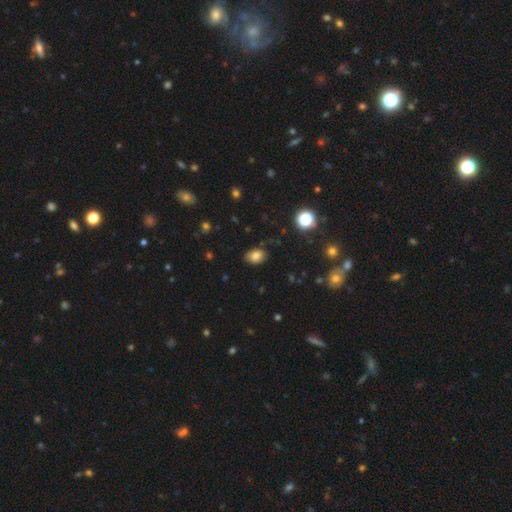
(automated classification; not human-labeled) Q: Smooth or featured?
A: smooth (78%); runner-up: star or artifact (12%)
Q: How rounded?
A: in between (75%); runner-up: round (23%)
Q: Merging?
A: none (79%); runner-up: minor disturbance (16%)